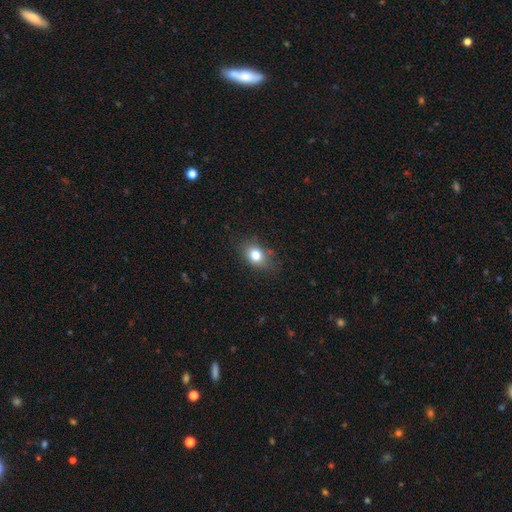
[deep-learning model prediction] smooth 79%, star or artifact 11%, featured or disk 11%. Down the decision tree: how rounded — in between (65%); merging — none (73%).